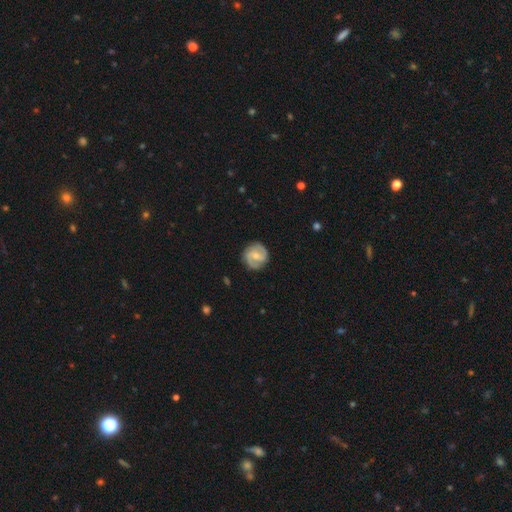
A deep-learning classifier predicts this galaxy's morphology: featured or disk 76%, smooth 18%, star or artifact 5%. Down the decision tree: edge-on disk — no (98%); bar — weak (50%); spiral arms — yes (93%); spiral arm count — 2 (85%); spiral winding — medium (47%); bulge size — small (51%); merging — none (85%).